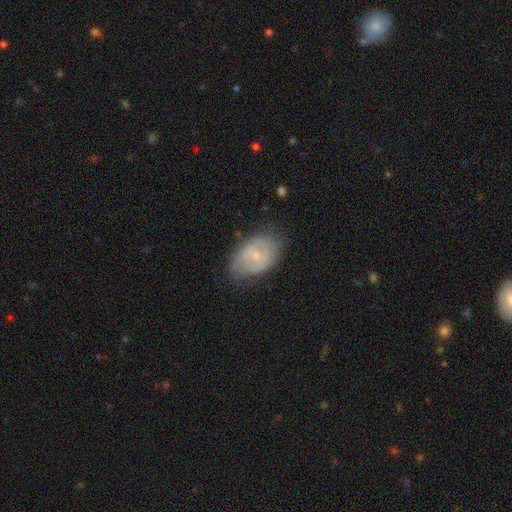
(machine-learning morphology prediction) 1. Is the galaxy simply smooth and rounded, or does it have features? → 55% featured or disk, 38% smooth, 7% star or artifact.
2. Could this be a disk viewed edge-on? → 95% no, 5% yes.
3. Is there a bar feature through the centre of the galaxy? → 47% weak, 41% no, 12% strong.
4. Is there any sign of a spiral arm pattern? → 60% yes, 40% no.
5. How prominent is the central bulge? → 70% small, 24% moderate, 4% none, 1% large, 1% dominant.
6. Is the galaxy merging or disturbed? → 67% none, 24% minor disturbance, 7% major disturbance, 1% merger.